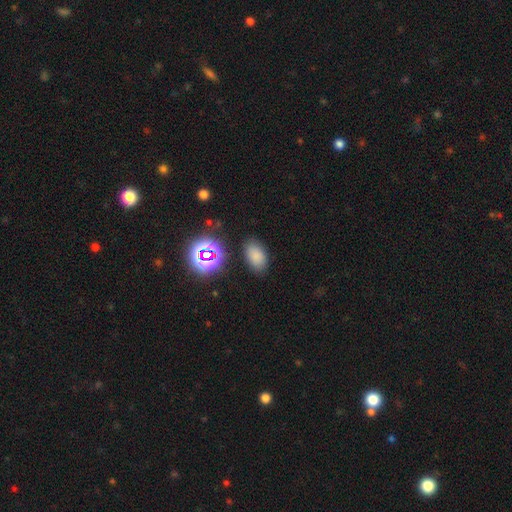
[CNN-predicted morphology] Smooth or featured?
  - smooth: 77% *
  - star or artifact: 17%
  - featured or disk: 6%
How rounded?
  - in between: 89% *
  - round: 9%
  - cigar-shaped: 1%
Merging?
  - none: 83% *
  - minor disturbance: 11%
  - major disturbance: 3%
  - merger: 3%